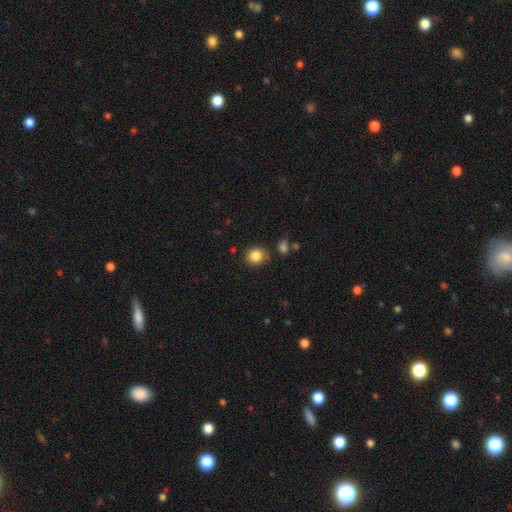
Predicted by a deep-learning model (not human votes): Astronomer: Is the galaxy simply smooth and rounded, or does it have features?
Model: smooth — 85%.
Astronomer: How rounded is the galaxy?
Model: round — 81%.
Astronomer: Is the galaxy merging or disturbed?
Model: none — 80%.